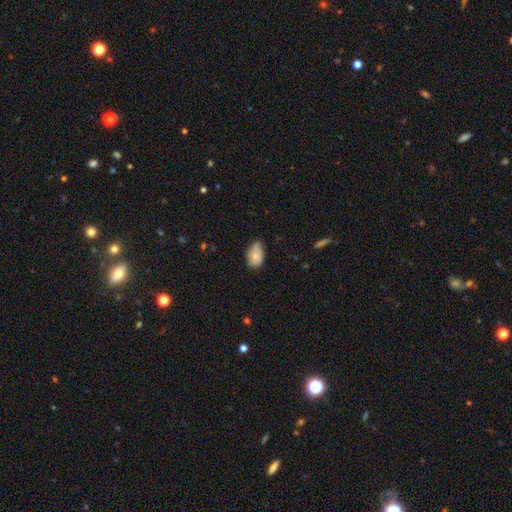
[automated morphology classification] smooth 75%, featured or disk 18%, star or artifact 7%. Down the decision tree: how rounded — in between (90%); merging — none (57%).